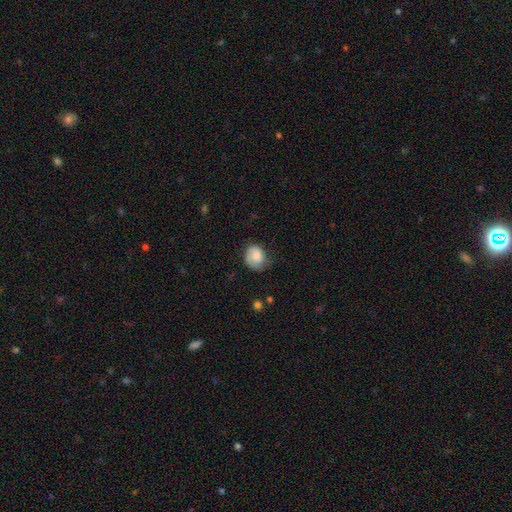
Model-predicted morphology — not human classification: Smooth or featured?
  - smooth: 65% *
  - featured or disk: 28%
  - star or artifact: 7%
How rounded?
  - round: 61% *
  - in between: 38%
  - cigar-shaped: 1%
Merging?
  - none: 51% *
  - minor disturbance: 32%
  - major disturbance: 15%
  - merger: 2%